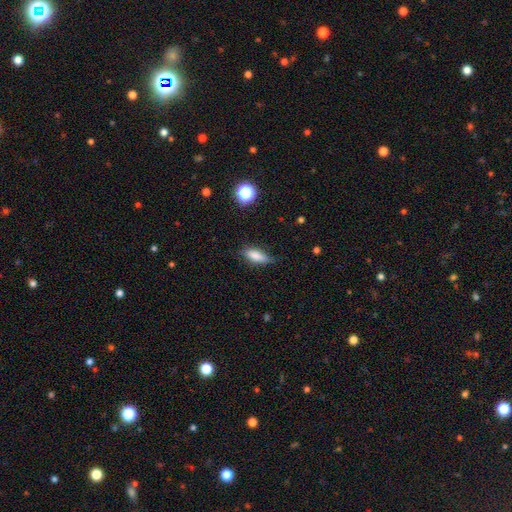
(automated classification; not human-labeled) smooth-or-featured: smooth: 76% | featured or disk: 15% | star or artifact: 9%
  how-rounded: in between: 61% | cigar-shaped: 36% | round: 3%
  merging: none: 75% | minor disturbance: 20% | major disturbance: 4% | merger: 1%